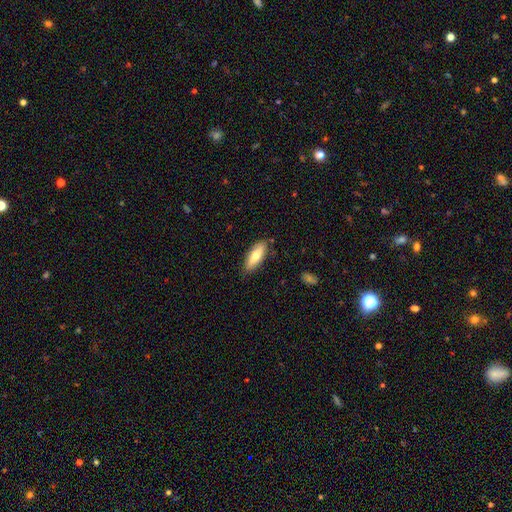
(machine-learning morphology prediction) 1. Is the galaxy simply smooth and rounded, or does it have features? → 70% smooth, 23% featured or disk, 6% star or artifact.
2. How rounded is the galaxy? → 69% in between, 29% cigar-shaped, 2% round.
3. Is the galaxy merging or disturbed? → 83% none, 14% minor disturbance, 2% major disturbance, 2% merger.